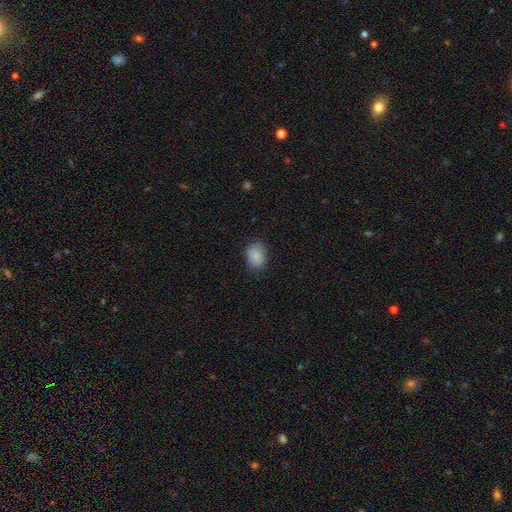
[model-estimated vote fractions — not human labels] Smooth or featured?
  - smooth: 87% *
  - star or artifact: 8%
  - featured or disk: 6%
How rounded?
  - in between: 66% *
  - round: 33%
  - cigar-shaped: 1%
Merging?
  - none: 79% *
  - minor disturbance: 17%
  - major disturbance: 4%
  - merger: 1%